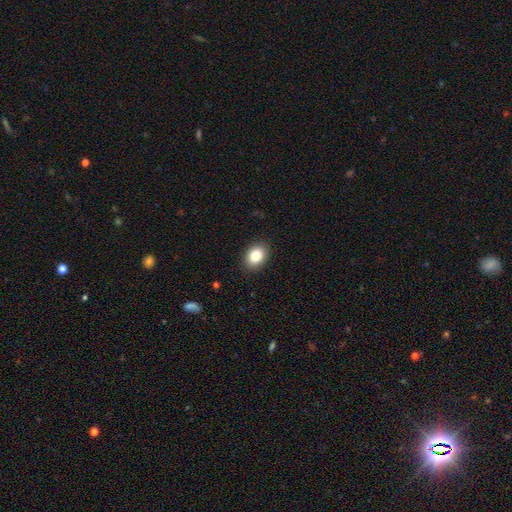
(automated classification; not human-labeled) A smooth galaxy with no disk features (87%) that is in between round and cigar-shaped (78%).

Vote fractions:
- Smooth or featured? smooth: 87% / star or artifact: 8% / featured or disk: 5%
- How rounded? in between: 78% / round: 21% / cigar-shaped: 1%
- Merging? none: 88% / minor disturbance: 9% / major disturbance: 2% / merger: 1%